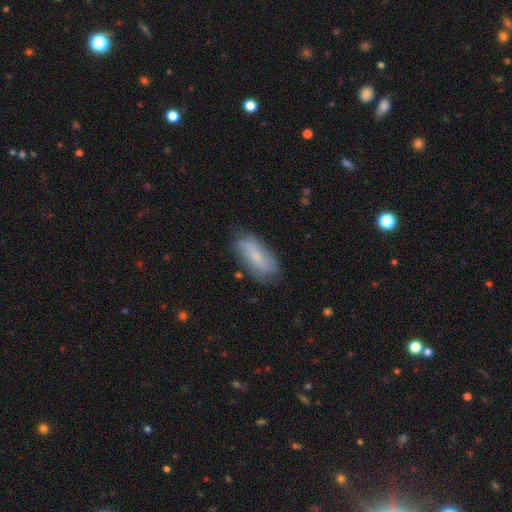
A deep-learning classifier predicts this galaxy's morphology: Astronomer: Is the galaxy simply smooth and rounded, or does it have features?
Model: smooth — 55% (runner-up: featured or disk, 37%).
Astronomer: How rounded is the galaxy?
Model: in between — 76%.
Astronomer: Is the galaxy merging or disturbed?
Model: none — 72%.